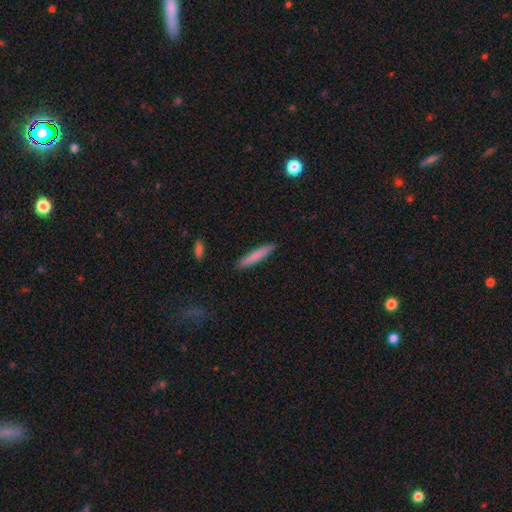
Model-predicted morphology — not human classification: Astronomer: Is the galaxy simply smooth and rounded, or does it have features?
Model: smooth — 80%.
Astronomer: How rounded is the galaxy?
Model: cigar-shaped — 92%.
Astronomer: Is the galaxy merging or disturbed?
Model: none — 90%.